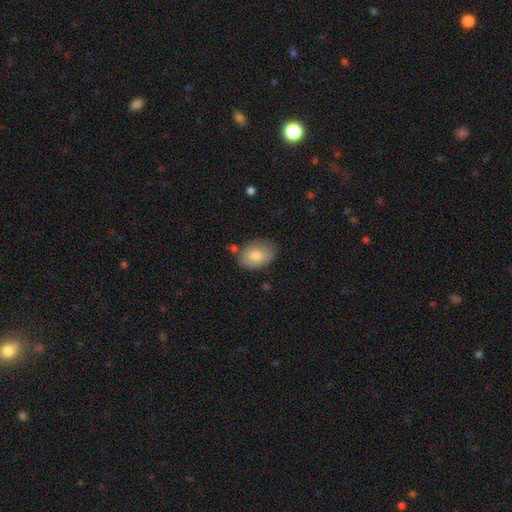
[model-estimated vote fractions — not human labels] Q: Smooth or featured?
A: smooth (77%); runner-up: featured or disk (15%)
Q: How rounded?
A: in between (82%); runner-up: round (17%)
Q: Merging?
A: none (71%); runner-up: minor disturbance (20%)